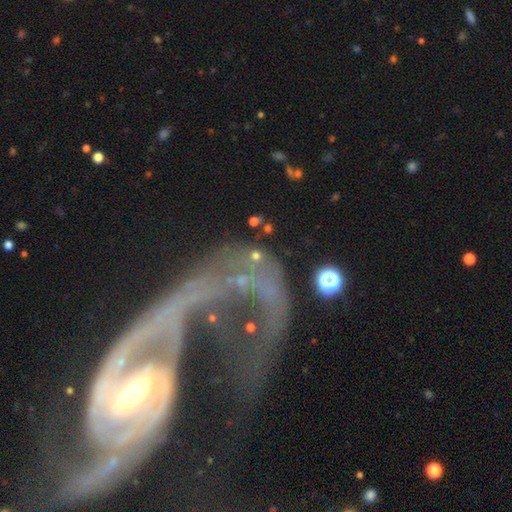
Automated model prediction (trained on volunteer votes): The model was most divided on "smooth or featured": smooth: 39%, featured or disk: 33%, star or artifact: 29%. More confident: merging — none (59%).